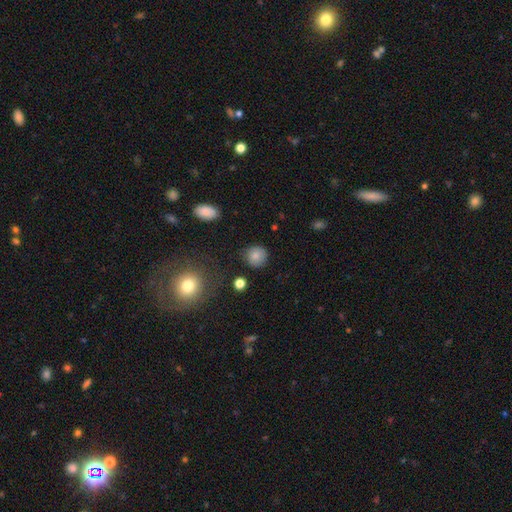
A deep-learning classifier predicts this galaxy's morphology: Smooth or featured: smooth — 82% (star or artifact — 10%)
How rounded: round — 90% (in between — 9%)
Merging: none — 83% (minor disturbance — 12%)